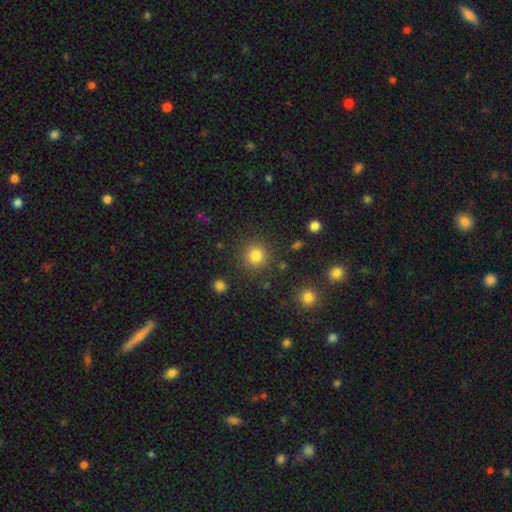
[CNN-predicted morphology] Smooth or featured? Predicted: smooth (p=0.81). How rounded? Predicted: round (p=0.93). Merging? Predicted: none (p=0.88).